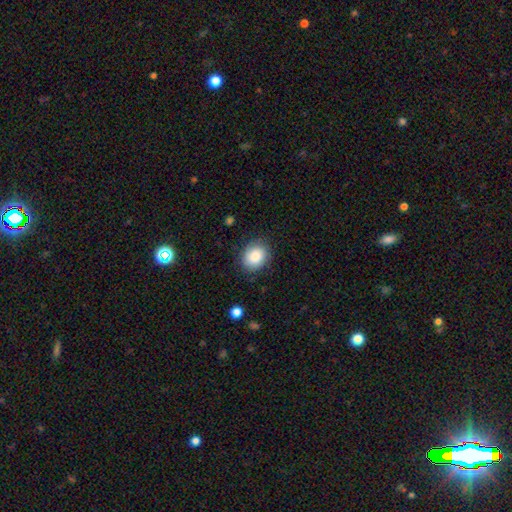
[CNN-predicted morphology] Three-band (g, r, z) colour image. It shows a smooth galaxy with no disk features (86%) that is round (56%). Merging: none (84%).